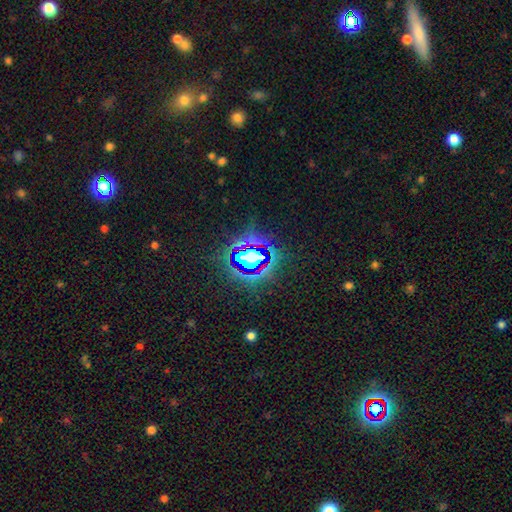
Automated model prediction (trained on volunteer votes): Smooth or featured? Predicted: star or artifact (p=0.73).